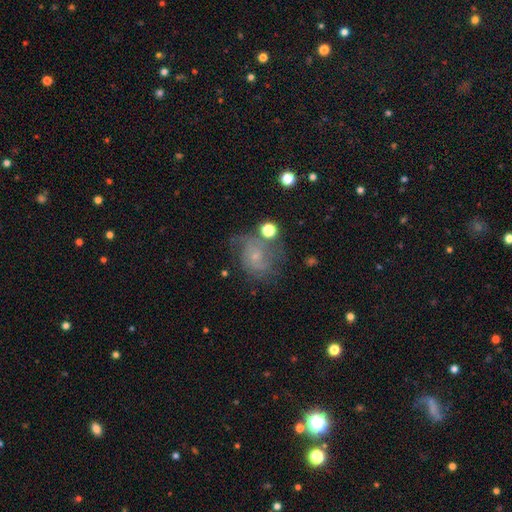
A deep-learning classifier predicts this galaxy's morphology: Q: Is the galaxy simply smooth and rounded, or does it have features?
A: featured or disk — 61%.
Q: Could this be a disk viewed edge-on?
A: no — 98%.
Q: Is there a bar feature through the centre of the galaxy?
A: no — 73%.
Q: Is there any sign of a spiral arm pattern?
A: yes — 83%.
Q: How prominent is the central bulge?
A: small — 74%.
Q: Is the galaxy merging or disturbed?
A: none — 51%.